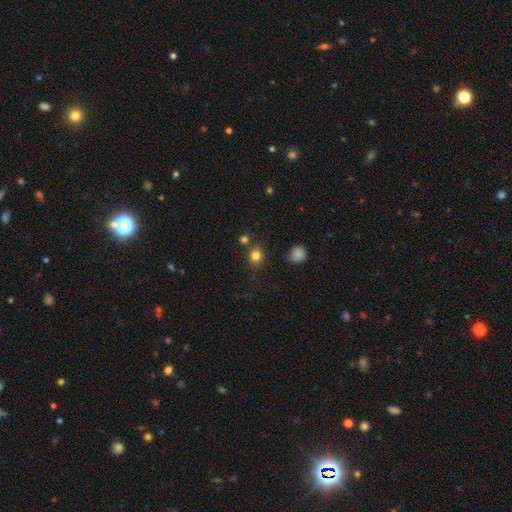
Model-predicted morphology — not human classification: The model was most divided on "how rounded": round: 80%, in between: 19%, cigar-shaped: 1%. More confident: smooth or featured — smooth (81%); merging — none (80%).